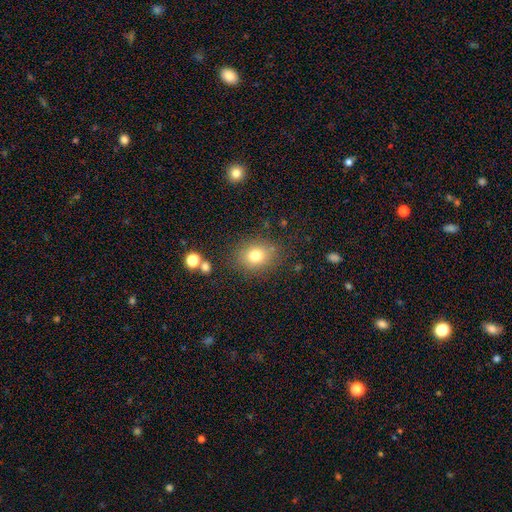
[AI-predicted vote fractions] smooth_or_featured: smooth (p=0.77) [alt: star or artifact p=0.12]
how_rounded: round (p=0.55) [alt: in between p=0.44]
merging: none (p=0.81) [alt: minor disturbance p=0.12]